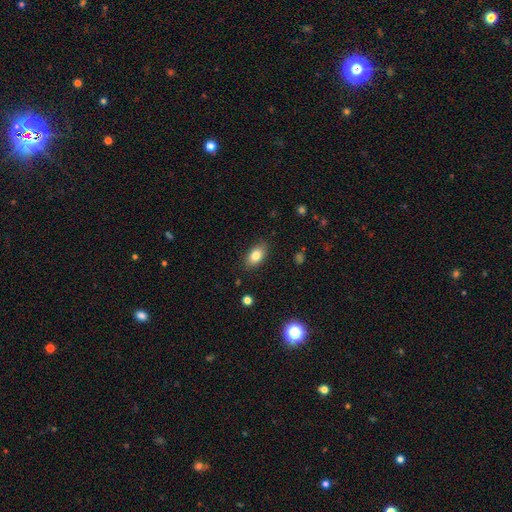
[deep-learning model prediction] The model was most divided on "smooth or featured": smooth: 82%, featured or disk: 10%, star or artifact: 8%. More confident: how rounded — in between (89%); merging — none (86%).